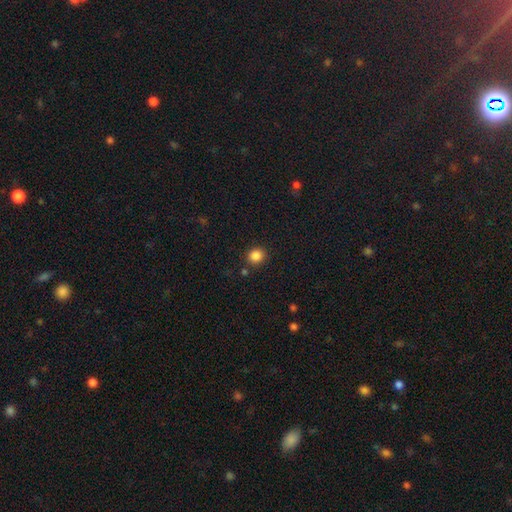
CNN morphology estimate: A smooth galaxy with no disk features (86%) that is round (83%).

Vote fractions:
- Smooth or featured? smooth: 86% / star or artifact: 11% / featured or disk: 3%
- How rounded? round: 83% / in between: 16% / cigar-shaped: 1%
- Merging? none: 86% / minor disturbance: 8% / merger: 3% / major disturbance: 3%